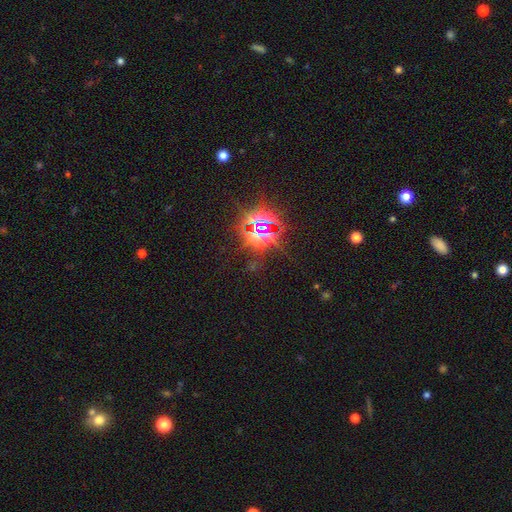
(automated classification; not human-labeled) Smooth or featured? star or artifact (82%)